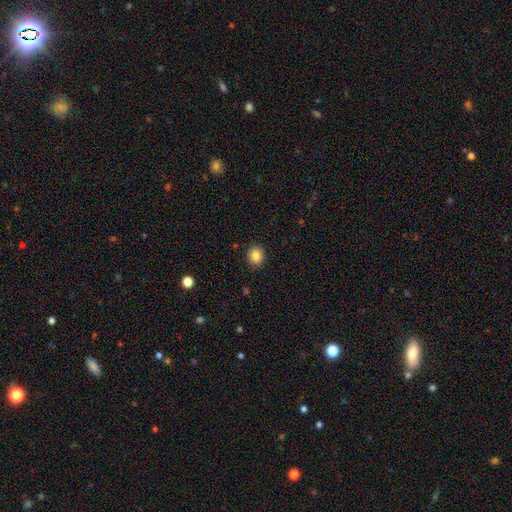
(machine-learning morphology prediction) Smooth or featured: smooth — 84% (star or artifact — 10%)
How rounded: round — 76% (in between — 23%)
Merging: none — 90% (minor disturbance — 7%)